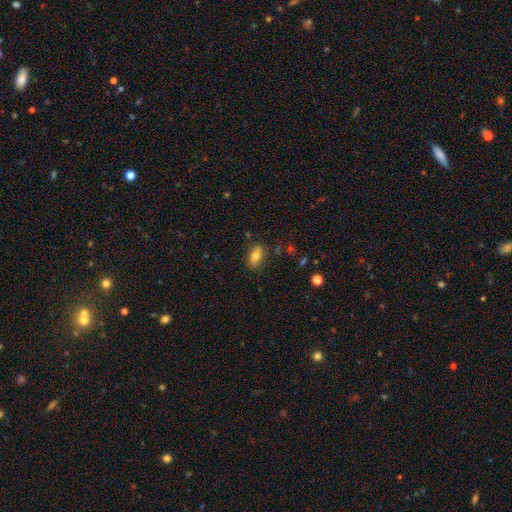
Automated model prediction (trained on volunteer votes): A smooth galaxy with no disk features (79%) that is in between round and cigar-shaped (87%). Merging: none (83%).